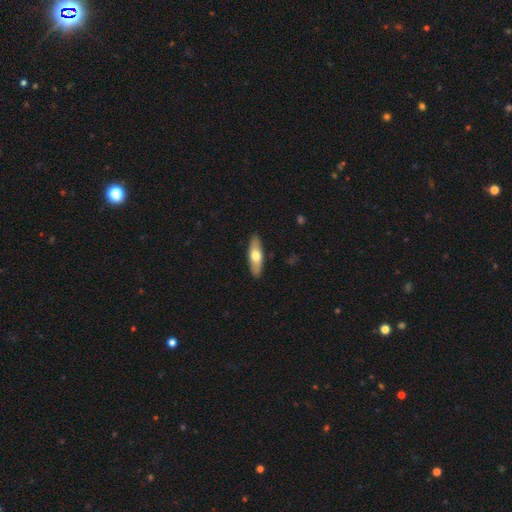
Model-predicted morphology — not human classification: Smooth or featured? smooth (62%)
How rounded? in between (51%)
Merging? none (90%)